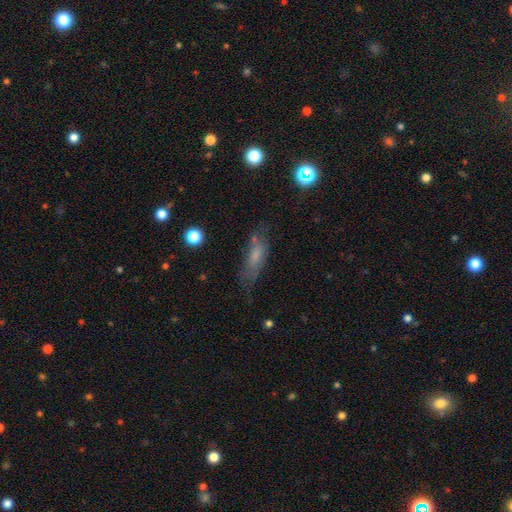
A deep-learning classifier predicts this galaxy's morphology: type=smooth (59%); roundness=in between (54%); merging=none (59%).